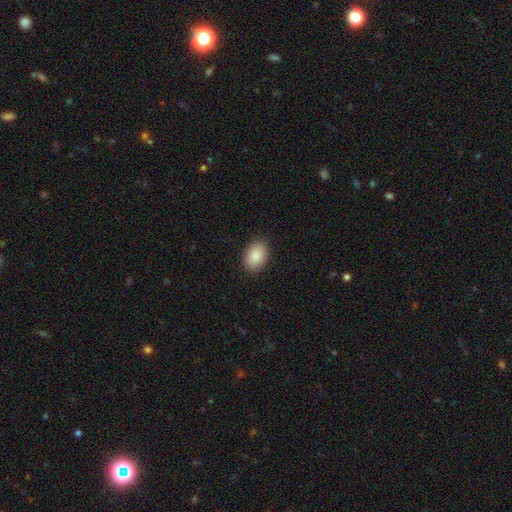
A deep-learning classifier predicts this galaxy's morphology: Smooth or featured: smooth — 88% (star or artifact — 7%)
How rounded: in between — 85% (round — 14%)
Merging: none — 89% (minor disturbance — 8%)